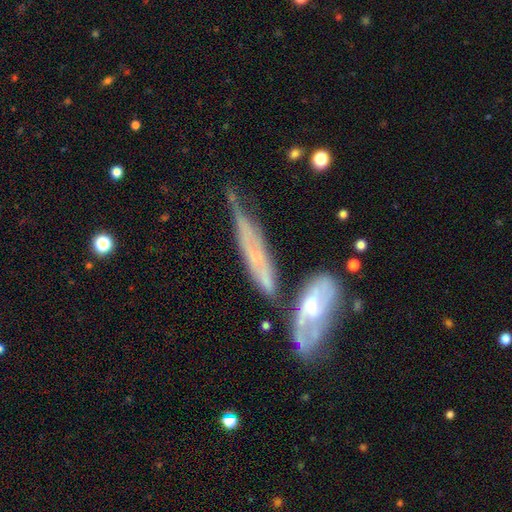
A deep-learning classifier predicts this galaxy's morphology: The model was most divided on "merging": none: 34%, merger: 28%, minor disturbance: 23%, major disturbance: 16%. More confident: edge-on disk — yes (59%); smooth or featured — featured or disk (53%).